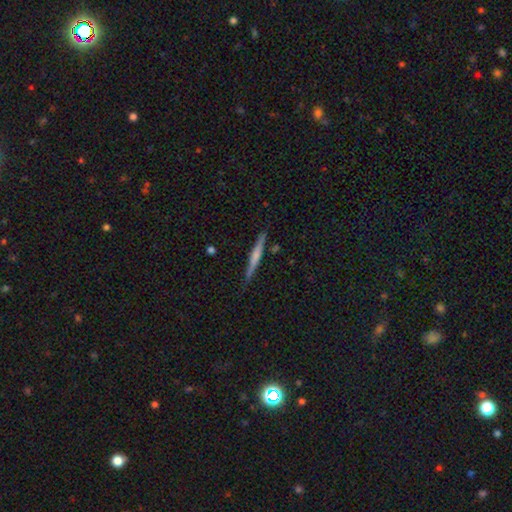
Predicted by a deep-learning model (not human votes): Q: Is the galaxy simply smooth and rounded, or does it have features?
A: featured or disk — 55%.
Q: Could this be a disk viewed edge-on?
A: yes — 97%.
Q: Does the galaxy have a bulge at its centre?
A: rounded — 49%.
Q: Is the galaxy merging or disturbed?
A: none — 86%.